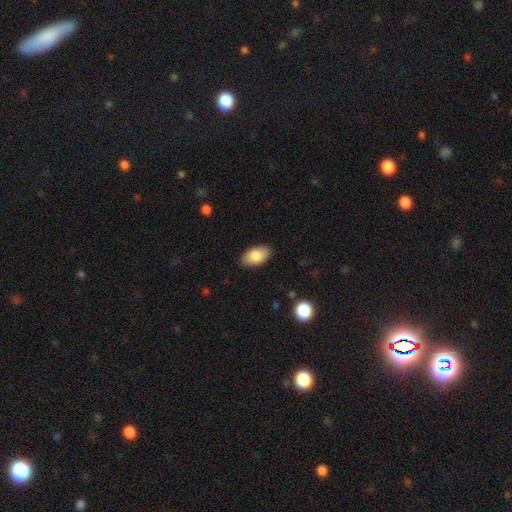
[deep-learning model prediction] smooth 85%, featured or disk 8%, star or artifact 7%. Down the decision tree: how rounded — in between (94%); merging — none (87%).